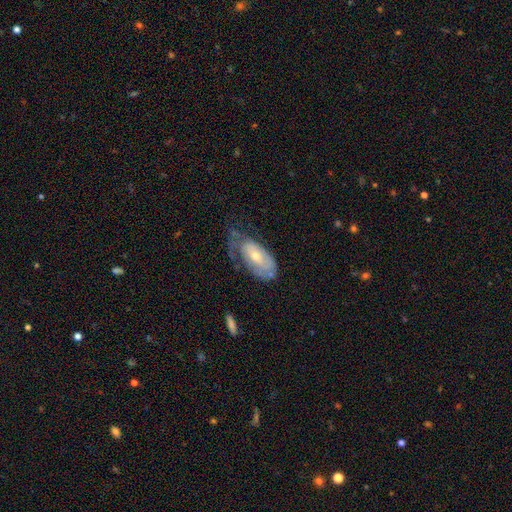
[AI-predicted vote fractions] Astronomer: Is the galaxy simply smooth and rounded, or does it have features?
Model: featured or disk — 58% (runner-up: smooth, 36%).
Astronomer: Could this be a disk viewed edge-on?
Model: no — 90%.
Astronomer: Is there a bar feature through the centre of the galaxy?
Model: no — 76%.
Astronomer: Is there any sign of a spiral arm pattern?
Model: yes — 60% (runner-up: no, 40%).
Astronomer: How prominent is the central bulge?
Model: small — 47%, tied with moderate at 47%.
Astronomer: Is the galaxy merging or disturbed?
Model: none — 35% (runner-up: major disturbance, 31%).